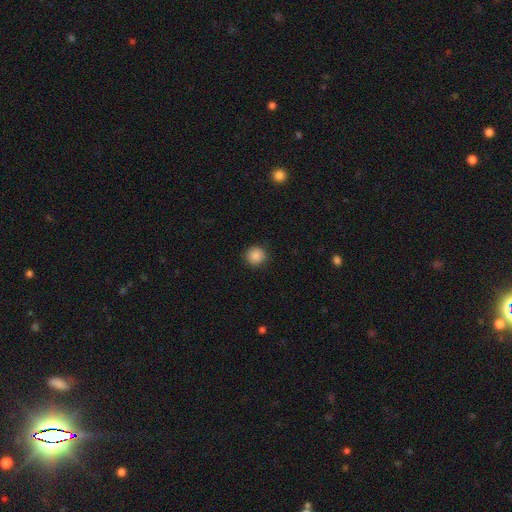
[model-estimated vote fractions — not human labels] Q: Smooth or featured?
A: smooth (87%); runner-up: star or artifact (9%)
Q: How rounded?
A: round (93%); runner-up: in between (6%)
Q: Merging?
A: none (90%); runner-up: minor disturbance (7%)